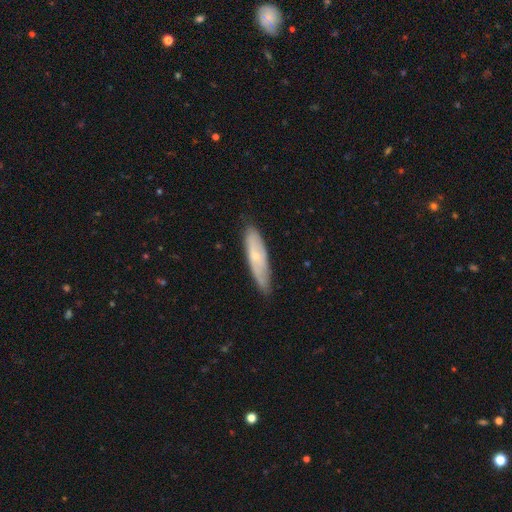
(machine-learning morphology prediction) Q: Smooth or featured?
A: smooth (47%); tied with: featured or disk (47%)
Q: Merging?
A: none (75%); runner-up: minor disturbance (20%)